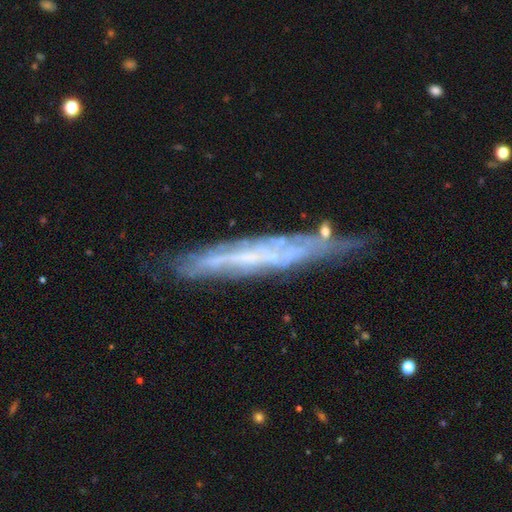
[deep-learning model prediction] smooth_or_featured: featured or disk (p=0.71) [alt: smooth p=0.21]
disk_edge_on: yes (p=0.68) [alt: no p=0.32]
merging: none (p=0.66) [alt: minor disturbance p=0.23]